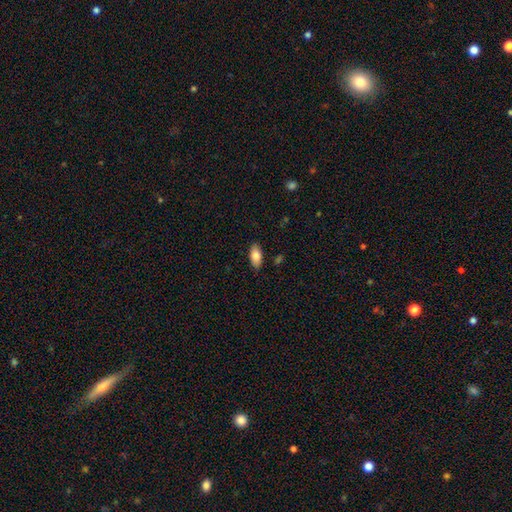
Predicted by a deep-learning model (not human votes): The model was most divided on "smooth or featured": smooth: 83%, featured or disk: 10%, star or artifact: 7%. More confident: how rounded — in between (91%); merging — none (86%).